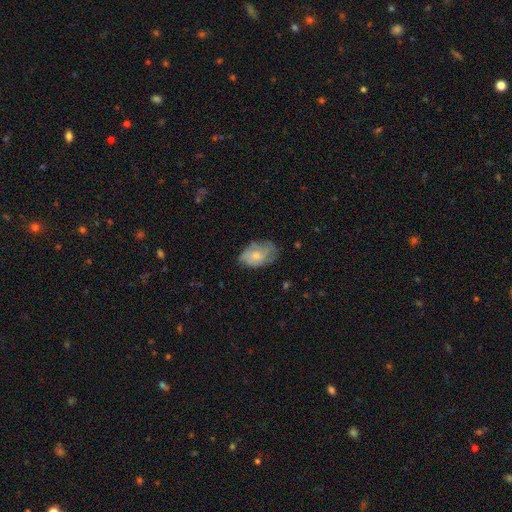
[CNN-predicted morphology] Smooth or featured? smooth (50%)
Merging? none (59%)